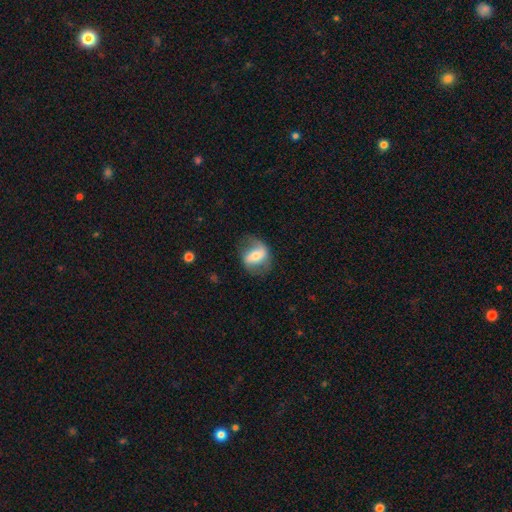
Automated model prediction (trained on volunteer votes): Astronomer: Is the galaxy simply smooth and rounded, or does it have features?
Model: featured or disk — 58% (runner-up: smooth, 35%).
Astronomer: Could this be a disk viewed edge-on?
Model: no — 93%.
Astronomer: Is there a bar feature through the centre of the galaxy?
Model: strong — 46% (runner-up: weak, 31%).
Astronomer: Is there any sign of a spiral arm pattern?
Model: yes — 75%.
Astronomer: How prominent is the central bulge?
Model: moderate — 49% (runner-up: small, 38%).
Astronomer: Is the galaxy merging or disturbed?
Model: none — 63%.